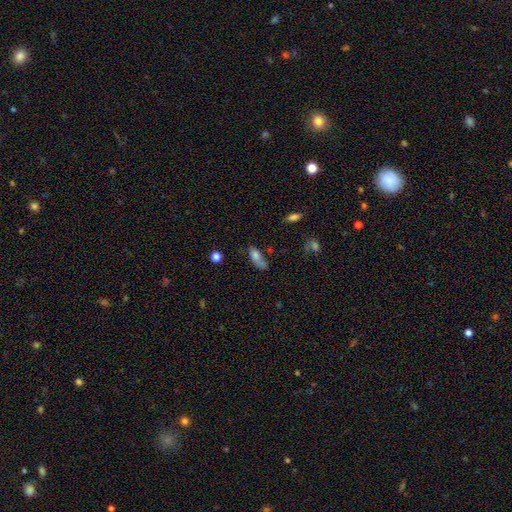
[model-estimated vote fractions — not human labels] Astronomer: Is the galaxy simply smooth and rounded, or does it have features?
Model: smooth — 72%.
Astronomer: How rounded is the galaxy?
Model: in between — 76%.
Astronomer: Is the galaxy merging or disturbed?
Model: none — 39% (runner-up: minor disturbance, 30%).